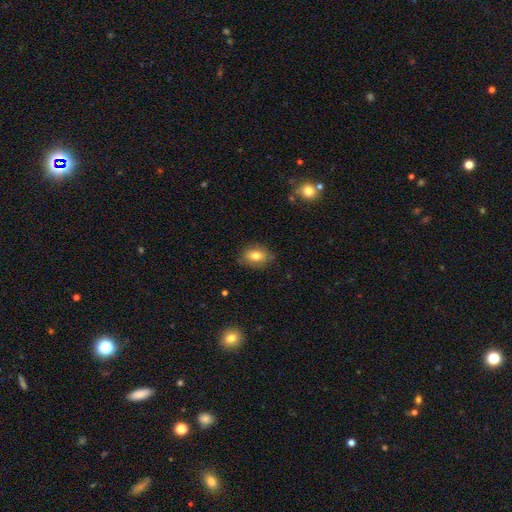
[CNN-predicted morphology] This is likely a smooth galaxy (75%). How rounded: likely in between (75%). Merging: likely none (77%).